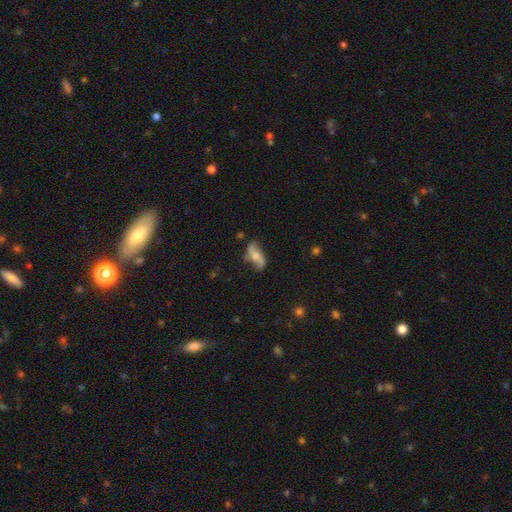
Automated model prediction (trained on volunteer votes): This appears to be a featured or disk galaxy (65%) with no bar (57%), 2 (91%) loose (82%) spiral arms (88%) and a moderate central bulge (42%). Merging: none (65%).